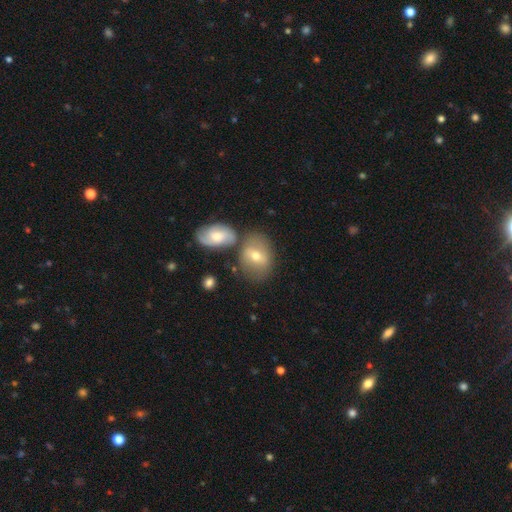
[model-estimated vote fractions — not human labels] smooth_or_featured: smooth (p=0.55) [alt: featured or disk p=0.38]
how_rounded: in between (p=0.67) [alt: round p=0.32]
merging: none (p=0.54) [alt: merger p=0.26]